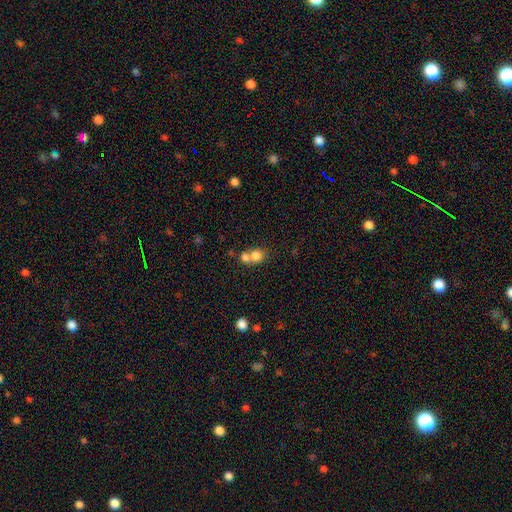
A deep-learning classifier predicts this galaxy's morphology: The model was most divided on "merging": merger: 57%, none: 34%, minor disturbance: 6%, major disturbance: 3%. More confident: smooth or featured — smooth (78%); how rounded — round (73%).